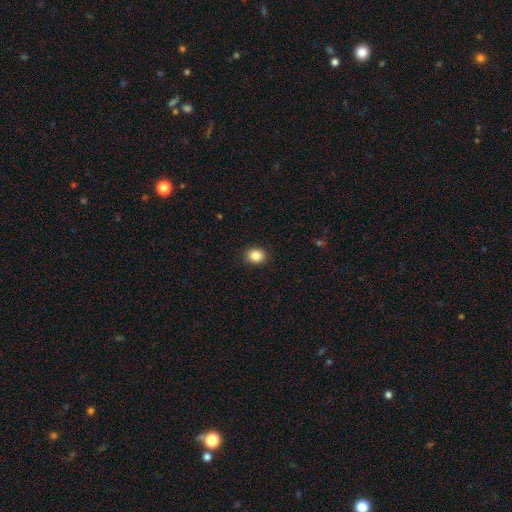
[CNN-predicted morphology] smooth 86%, star or artifact 10%, featured or disk 4%. Down the decision tree: how rounded — round (61%); merging — none (90%).